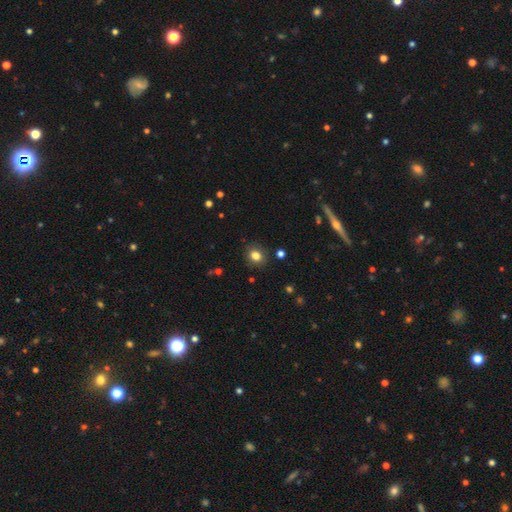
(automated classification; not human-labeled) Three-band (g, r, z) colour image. It shows a smooth galaxy with no disk features (81%) that is round (69%). Merging: none (87%).